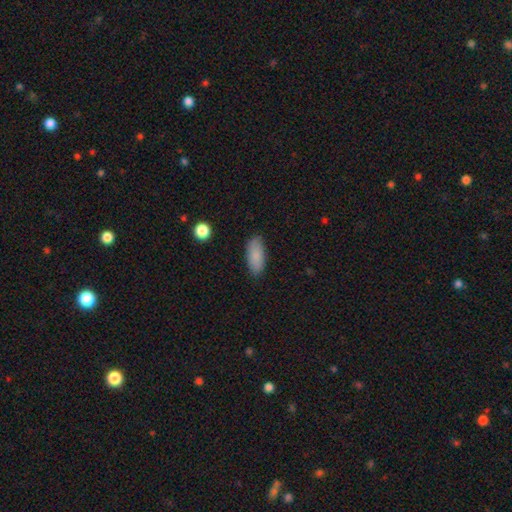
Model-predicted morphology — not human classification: smooth-or-featured: smooth: 86% | featured or disk: 7% | star or artifact: 7%
  how-rounded: in between: 84% | cigar-shaped: 14% | round: 2%
  merging: none: 84% | minor disturbance: 12% | major disturbance: 2% | merger: 1%